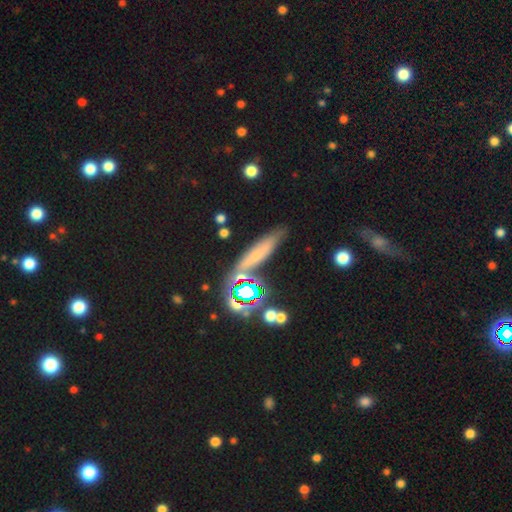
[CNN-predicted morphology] Q: Smooth or featured?
A: smooth (50%); runner-up: featured or disk (27%)
Q: How rounded?
A: cigar-shaped (74%); runner-up: in between (18%)
Q: Merging?
A: none (73%); runner-up: minor disturbance (14%)